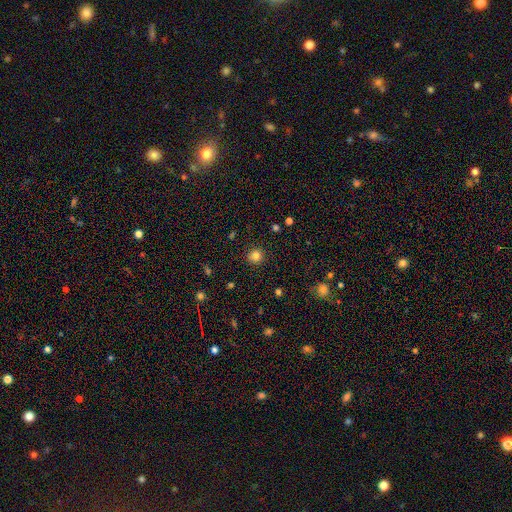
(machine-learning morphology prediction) type=smooth (82%); roundness=round (91%); merging=none (91%).